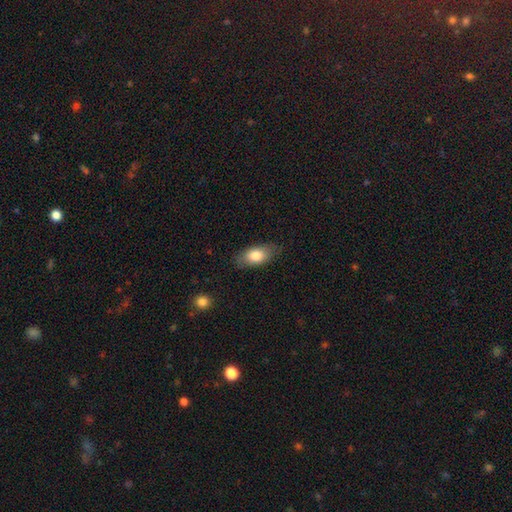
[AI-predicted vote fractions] A smooth galaxy with no disk features (79%) that is in between round and cigar-shaped (88%). Merging: none (80%).